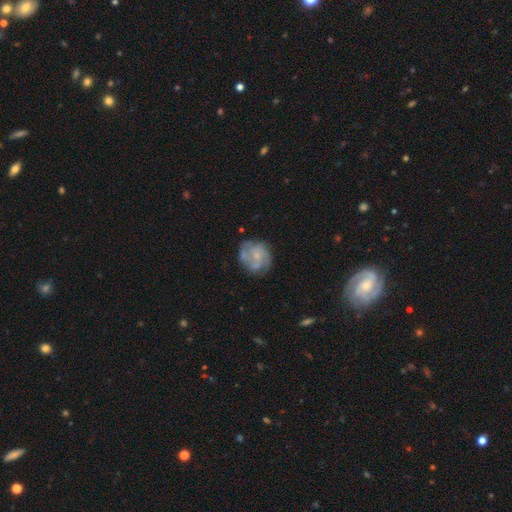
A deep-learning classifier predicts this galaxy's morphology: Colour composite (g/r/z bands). It shows a featured or disk galaxy (71%) with no bar (72%), medium (43%) spiral arms (82%) and a small central bulge (59%). Merging: none (65%).